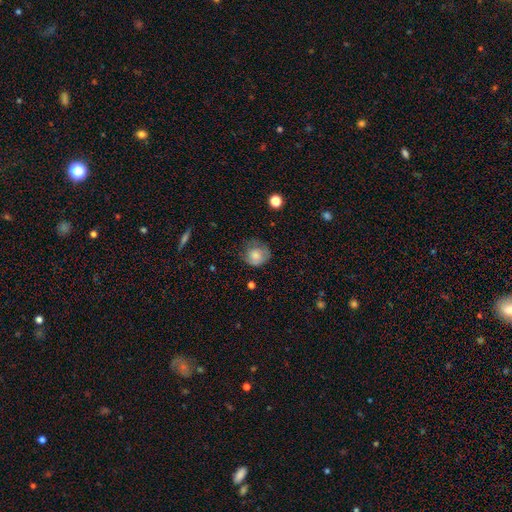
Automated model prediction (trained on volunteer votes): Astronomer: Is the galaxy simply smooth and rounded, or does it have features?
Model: smooth — 76%.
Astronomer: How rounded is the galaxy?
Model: round — 81%.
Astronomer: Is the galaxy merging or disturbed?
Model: none — 56%.